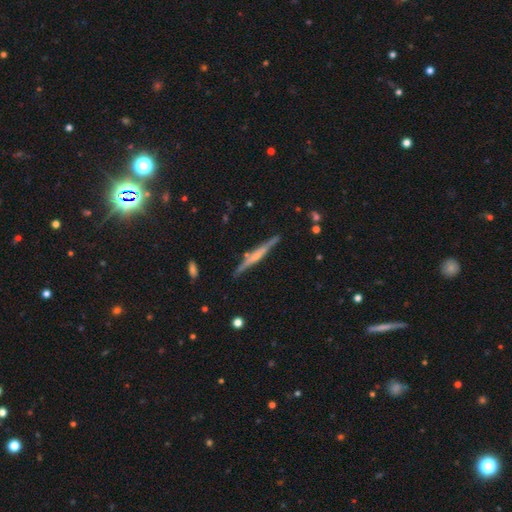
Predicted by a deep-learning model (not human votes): smooth-or-featured: featured or disk: 67% | smooth: 27% | star or artifact: 6%
  disk-edge-on: yes: 97% | no: 3%
    edge-on-bulge: rounded: 51% | none: 34% | boxy: 15%
  merging: none: 84% | minor disturbance: 11% | merger: 3% | major disturbance: 2%